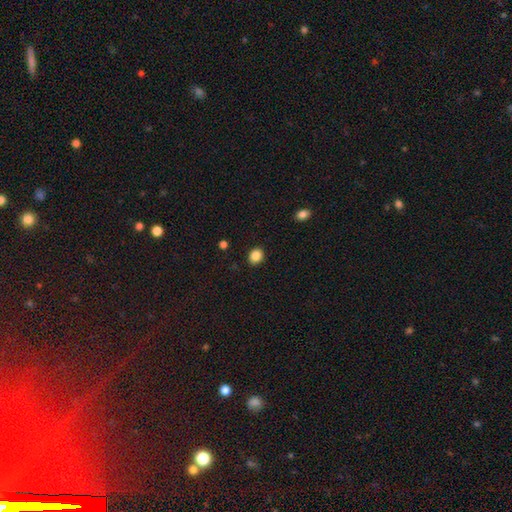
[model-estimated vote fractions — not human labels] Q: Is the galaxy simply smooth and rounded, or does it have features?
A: smooth — 87%.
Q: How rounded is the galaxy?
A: round — 54%.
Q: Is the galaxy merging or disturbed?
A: none — 89%.